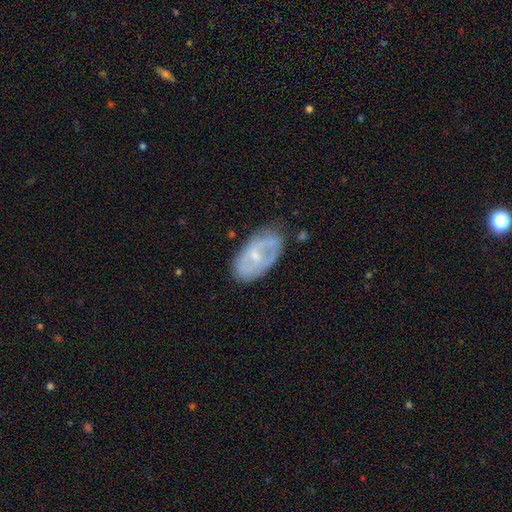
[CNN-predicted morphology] The model was most divided on "bar": no: 50%, weak: 38%, strong: 12%. More confident: edge-on disk — no (93%); merging — none (64%); bulge size — small (63%); smooth or featured — featured or disk (63%); spiral arms — yes (57%).